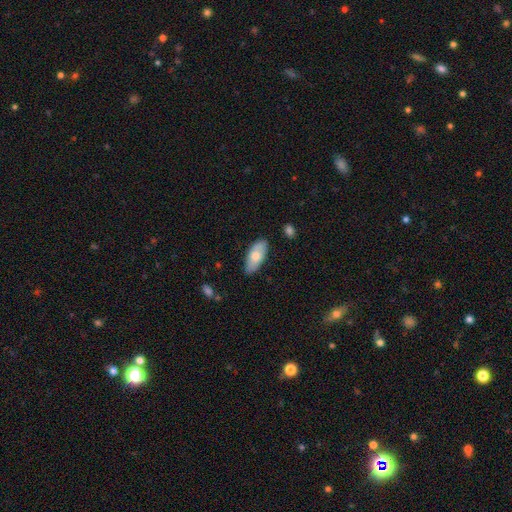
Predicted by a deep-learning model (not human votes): This appears to be a smooth galaxy with no disk features (72%) that is in between round and cigar-shaped (89%). Merging: none (81%).